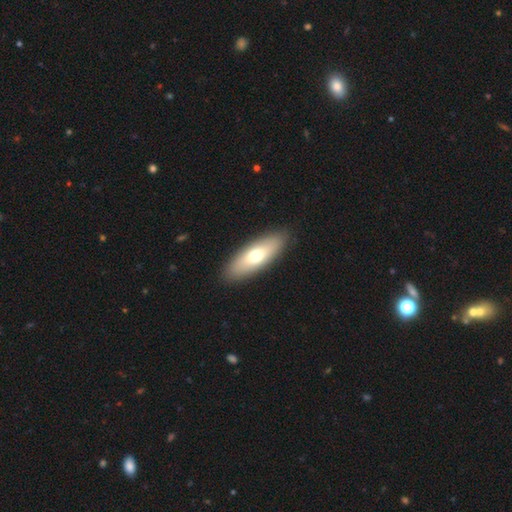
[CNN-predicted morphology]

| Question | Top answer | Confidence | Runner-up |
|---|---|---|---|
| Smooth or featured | smooth | 67% | featured or disk (27%) |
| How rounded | in between | 65% | cigar-shaped (32%) |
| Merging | none | 90% | minor disturbance (7%) |